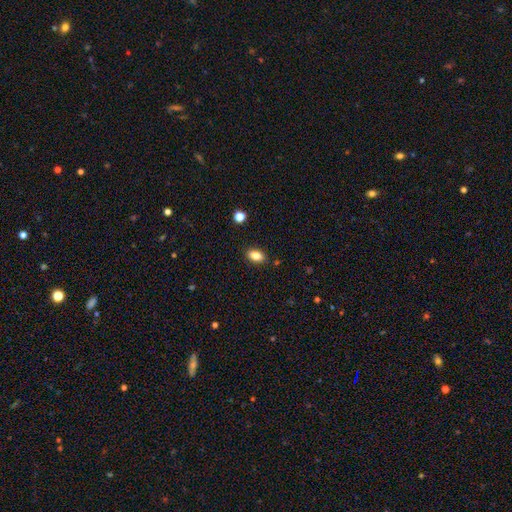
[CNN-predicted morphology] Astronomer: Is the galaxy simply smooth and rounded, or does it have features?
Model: smooth — 85%.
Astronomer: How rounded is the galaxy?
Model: in between — 87%.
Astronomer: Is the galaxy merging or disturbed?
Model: none — 87%.